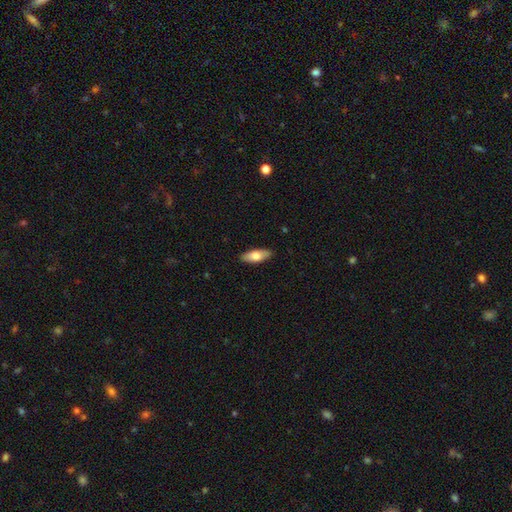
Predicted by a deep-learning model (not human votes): This is likely a smooth galaxy (73%). How rounded: likely in between (69%). Merging: clearly none (88%).